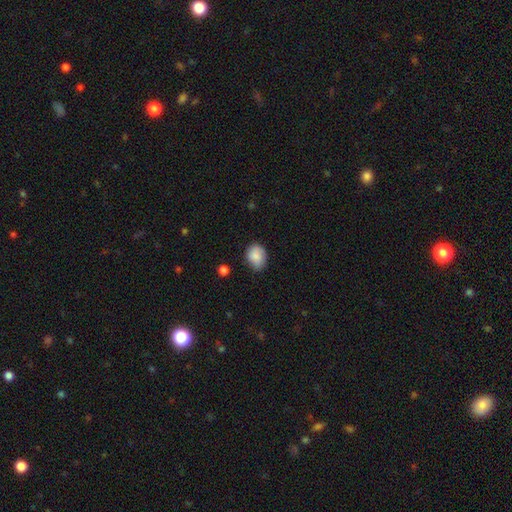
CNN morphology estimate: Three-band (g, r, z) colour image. It shows a smooth galaxy with no disk features (84%) that is in between round and cigar-shaped (51%). Merging: none (65%).